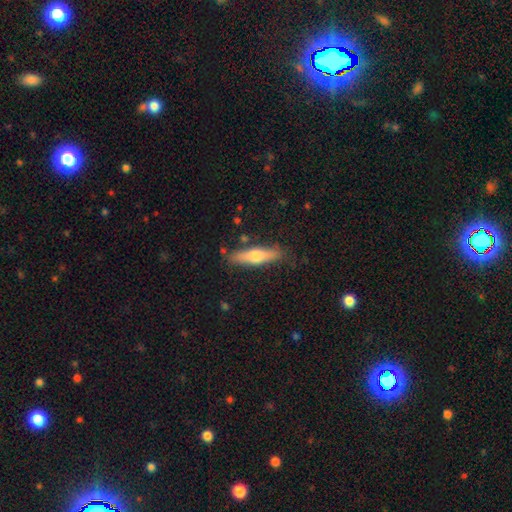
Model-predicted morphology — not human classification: A smooth galaxy with no disk features (55%) that is cigar-shaped (75%). Merging: none (83%).